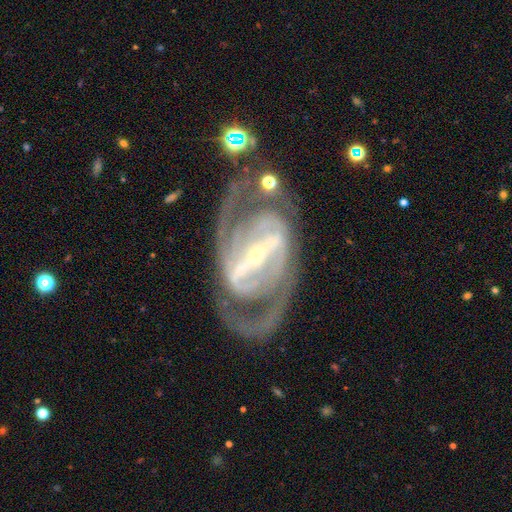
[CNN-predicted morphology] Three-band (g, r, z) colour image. It shows a featured or disk galaxy (91%) with a strong bar (82%), 2 (81%) medium (48%) spiral arms (96%) and a small central bulge (79%). Merging: none (68%).